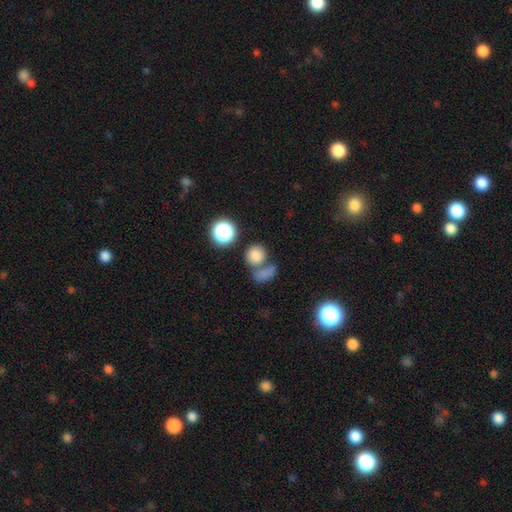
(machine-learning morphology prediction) This appears to be a smooth galaxy with no disk features (80%) that is round (77%). Merging: none (49%).